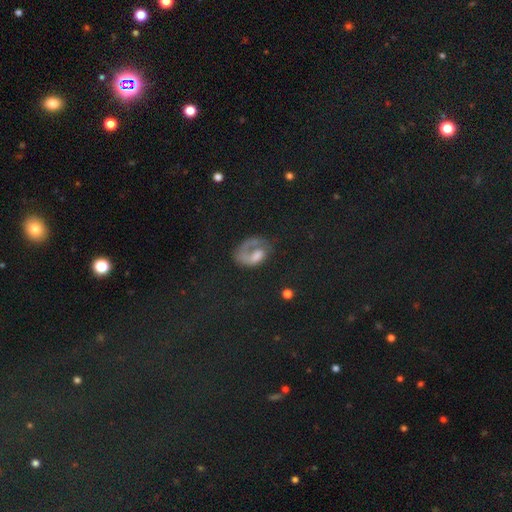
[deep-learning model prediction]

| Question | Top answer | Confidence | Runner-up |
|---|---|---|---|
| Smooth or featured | featured or disk | 43% | smooth (36%) |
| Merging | major disturbance | 40% | none (35%) |